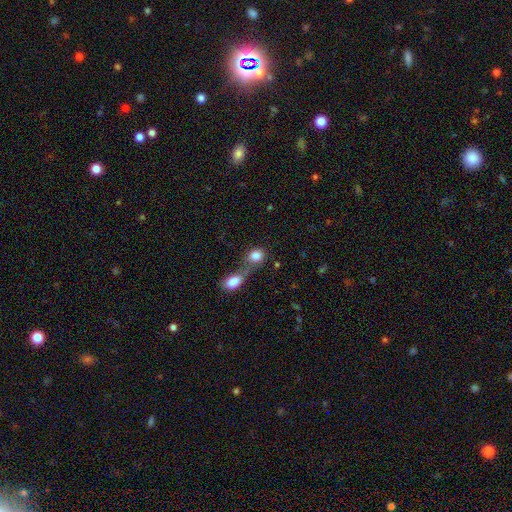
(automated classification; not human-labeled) A smooth galaxy with no disk features (83%) that is round (58%). Merging: merger (59%).